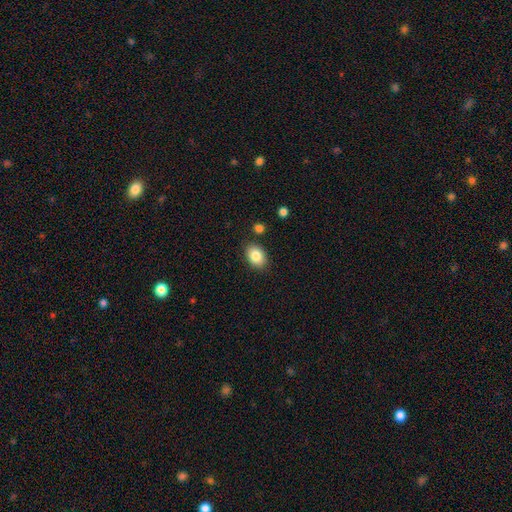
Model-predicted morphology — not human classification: Smooth or featured? Predicted: smooth (p=0.85). How rounded? Predicted: in between (p=0.79). Merging? Predicted: none (p=0.85).